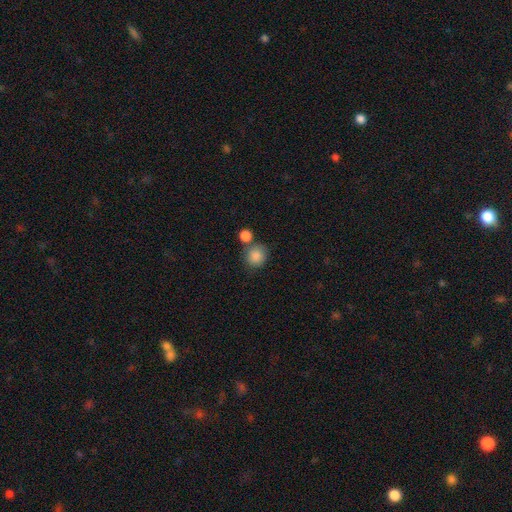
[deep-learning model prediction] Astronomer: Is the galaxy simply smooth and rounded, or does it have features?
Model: smooth — 87%.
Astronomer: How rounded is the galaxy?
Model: round — 86%.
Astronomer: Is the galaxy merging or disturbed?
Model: none — 63%.